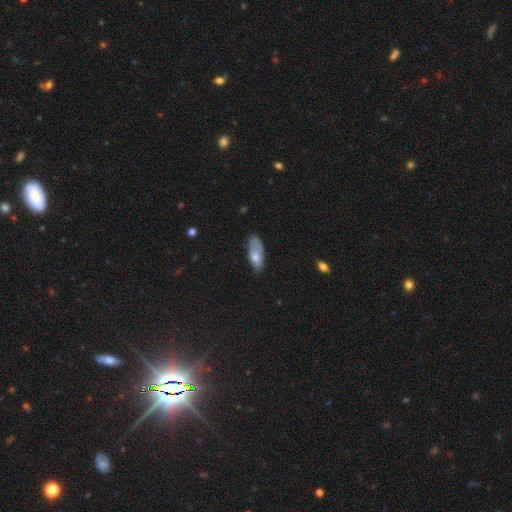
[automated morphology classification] This is likely a smooth galaxy (71%). How rounded: likely in between (73%). Merging: possibly none (56%).